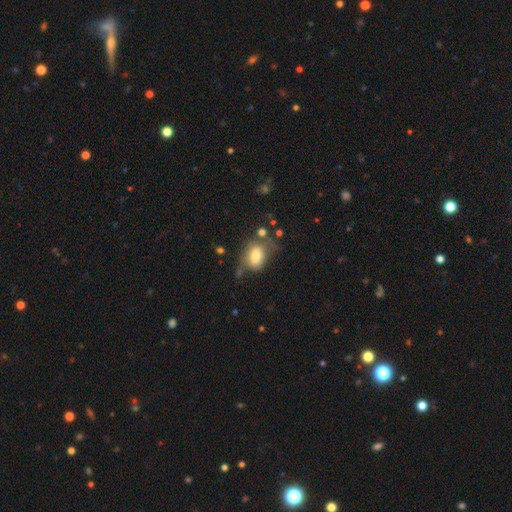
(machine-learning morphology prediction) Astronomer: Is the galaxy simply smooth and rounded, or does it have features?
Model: smooth — 71%.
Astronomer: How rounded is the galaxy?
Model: in between — 69%.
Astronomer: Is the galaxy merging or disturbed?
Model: none — 45% (runner-up: minor disturbance, 27%).